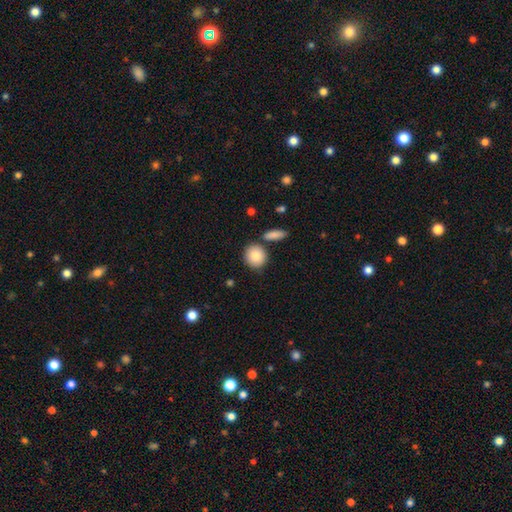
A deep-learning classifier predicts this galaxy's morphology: A smooth galaxy with no disk features (87%) that is round (82%).

Vote fractions:
- Smooth or featured? smooth: 87% / featured or disk: 7% / star or artifact: 6%
- How rounded? round: 82% / in between: 17% / cigar-shaped: 2%
- Merging? none: 77% / minor disturbance: 10% / merger: 10% / major disturbance: 3%